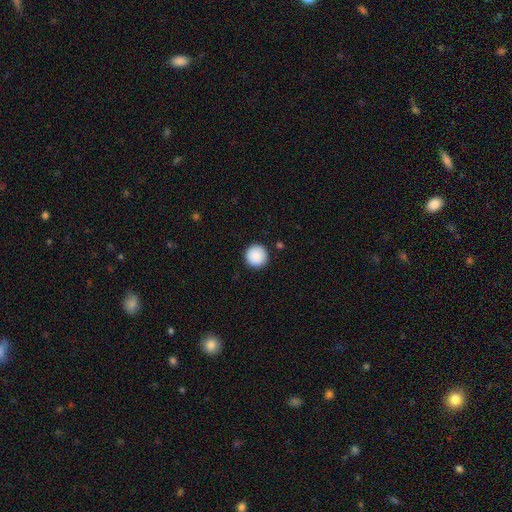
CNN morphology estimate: A smooth galaxy with no disk features (89%) that is round (97%). Merging: none (93%).